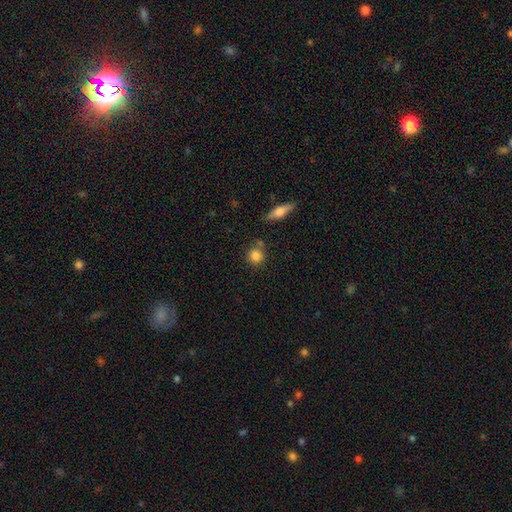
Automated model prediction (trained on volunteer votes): smooth_or_featured: smooth (p=0.83) [alt: star or artifact p=0.09]
how_rounded: round (p=0.88) [alt: in between p=0.10]
merging: none (p=0.74) [alt: minor disturbance p=0.11]